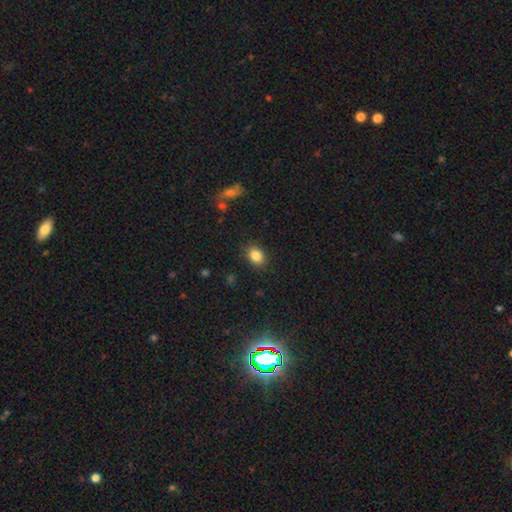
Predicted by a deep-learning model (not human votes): Q: Smooth or featured?
A: smooth (85%); runner-up: star or artifact (9%)
Q: How rounded?
A: in between (71%); runner-up: round (28%)
Q: Merging?
A: none (86%); runner-up: minor disturbance (10%)